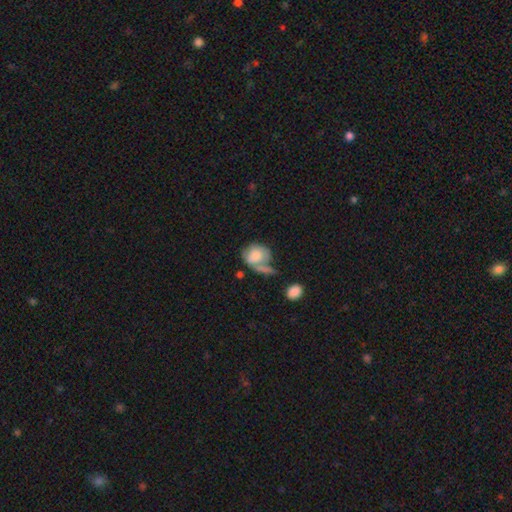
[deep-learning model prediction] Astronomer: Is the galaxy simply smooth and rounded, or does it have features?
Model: smooth — 69%.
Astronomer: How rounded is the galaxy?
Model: round — 52% (runner-up: in between, 46%).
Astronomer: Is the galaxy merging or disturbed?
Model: merger — 29% (runner-up: none, 25%).